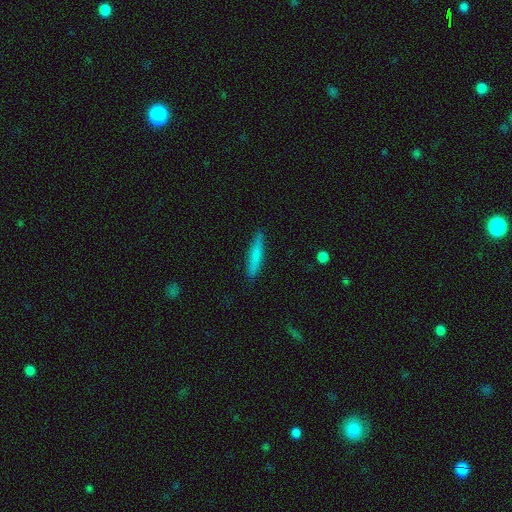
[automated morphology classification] smooth_or_featured: smooth (p=0.73) [alt: featured or disk p=0.21]
how_rounded: cigar-shaped (p=0.92) [alt: in between p=0.07]
merging: none (p=0.89) [alt: minor disturbance p=0.08]